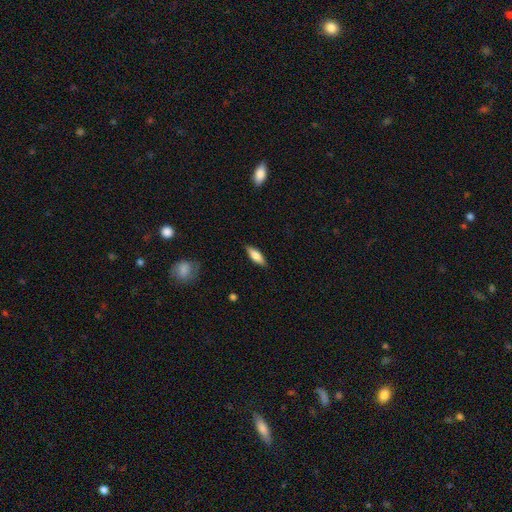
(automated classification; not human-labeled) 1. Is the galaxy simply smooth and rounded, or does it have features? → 70% smooth, 24% featured or disk, 6% star or artifact.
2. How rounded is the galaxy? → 55% in between, 43% cigar-shaped, 2% round.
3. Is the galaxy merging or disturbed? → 87% none, 10% minor disturbance, 2% major disturbance, 1% merger.